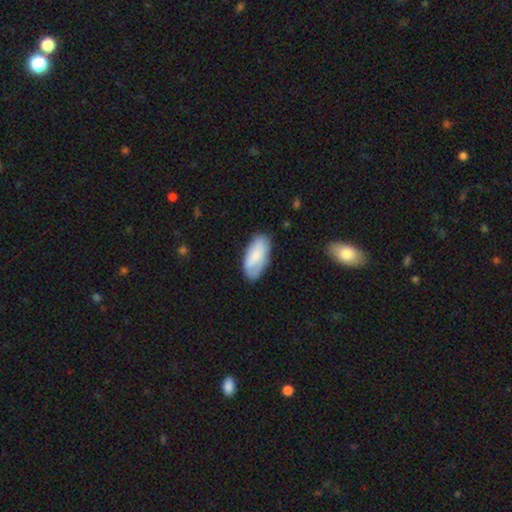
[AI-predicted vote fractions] A smooth galaxy with no disk features (75%) that is in between round and cigar-shaped (92%).

Vote fractions:
- Smooth or featured? smooth: 75% / featured or disk: 19% / star or artifact: 6%
- How rounded? in between: 92% / cigar-shaped: 6% / round: 2%
- Merging? none: 72% / minor disturbance: 21% / major disturbance: 5% / merger: 2%